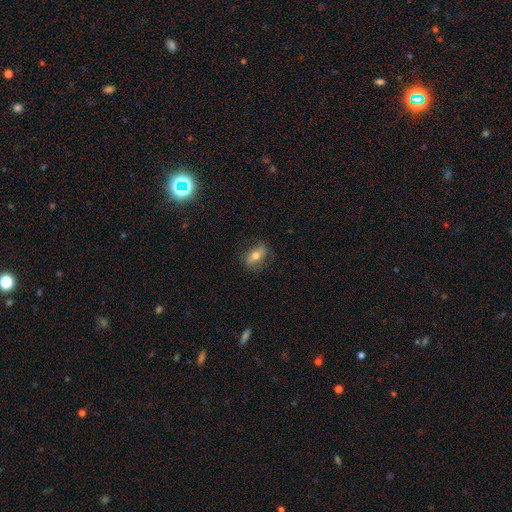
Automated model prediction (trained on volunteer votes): smooth_or_featured: smooth (p=0.58) [alt: featured or disk p=0.33]
how_rounded: in between (p=0.78) [alt: round p=0.16]
merging: none (p=0.74) [alt: minor disturbance p=0.19]